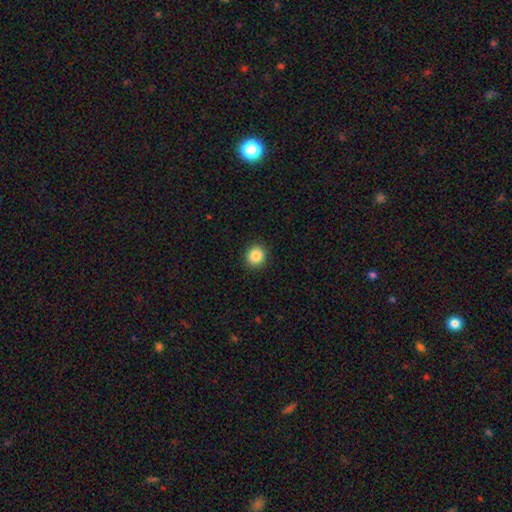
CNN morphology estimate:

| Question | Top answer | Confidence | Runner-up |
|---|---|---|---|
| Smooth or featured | smooth | 86% | star or artifact (10%) |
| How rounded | round | 88% | in between (11%) |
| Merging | none | 92% | minor disturbance (5%) |